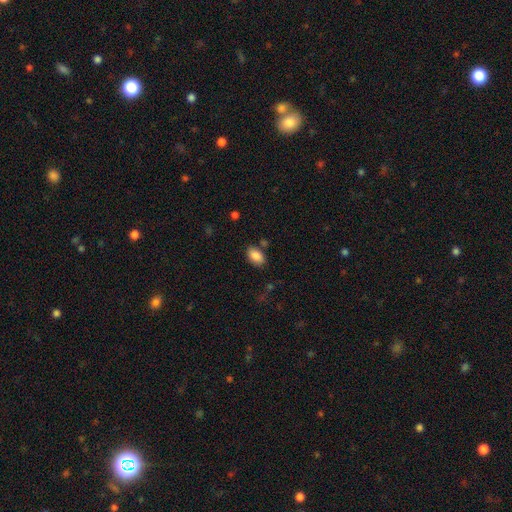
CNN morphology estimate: smooth_or_featured: smooth (p=0.87) [alt: star or artifact p=0.07]
how_rounded: in between (p=0.91) [alt: round p=0.07]
merging: none (p=0.77) [alt: minor disturbance p=0.14]